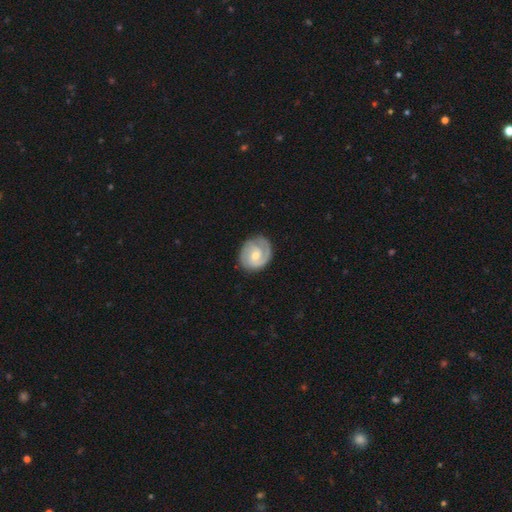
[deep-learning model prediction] Smooth or featured: featured or disk — 80% (smooth — 16%)
Edge-on disk: no — 98% (yes — 2%)
Bar: no — 51% (weak — 41%)
Spiral arms: yes — 95% (no — 5%)
Spiral winding: tight — 57% (medium — 34%)
Spiral arm count: 2 — 69% (1 — 12%)
Bulge size: moderate — 50% (small — 46%)
Merging: none — 79% (minor disturbance — 15%)